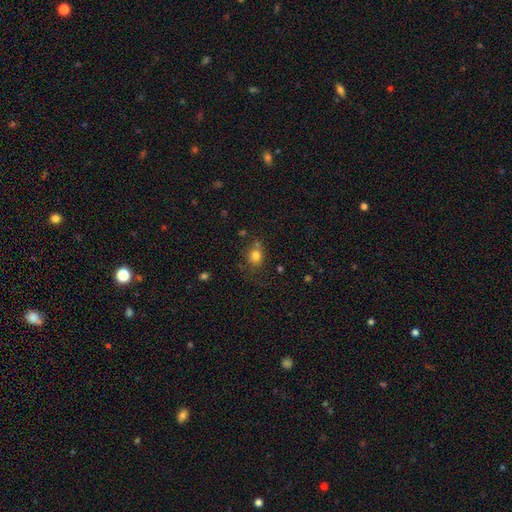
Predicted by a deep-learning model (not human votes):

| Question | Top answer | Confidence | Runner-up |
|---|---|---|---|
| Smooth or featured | smooth | 79% | star or artifact (13%) |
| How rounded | round | 65% | in between (34%) |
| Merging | none | 61% | minor disturbance (20%) |